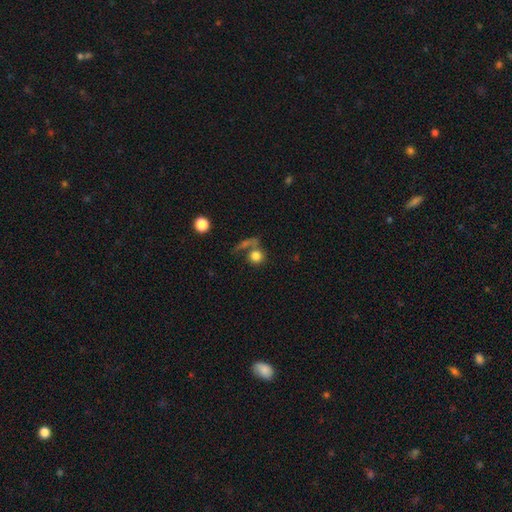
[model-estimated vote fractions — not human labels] Overall: smooth (77%). How rounded: round (85%). Merging: none (45%; merger 31%).